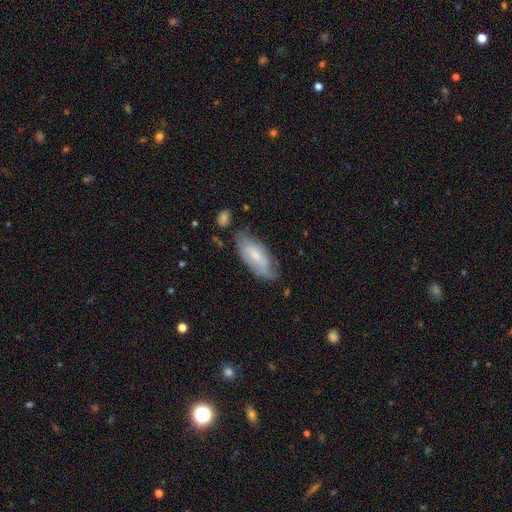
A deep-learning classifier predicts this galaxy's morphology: Smooth or featured: smooth — 57% (featured or disk — 37%)
How rounded: in between — 80% (cigar-shaped — 18%)
Merging: none — 60% (minor disturbance — 29%)